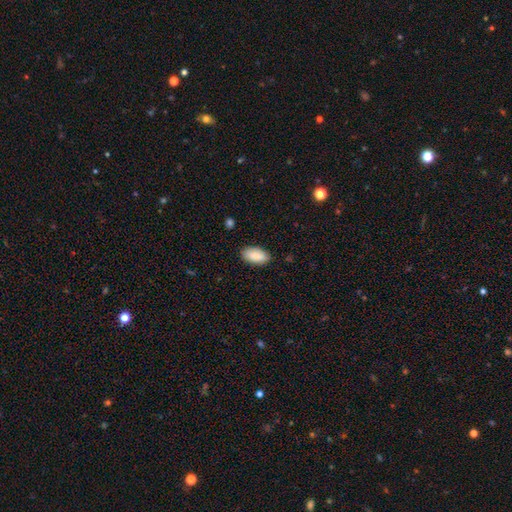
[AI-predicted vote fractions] Overall: smooth (88%). How rounded: in between (93%). Merging: none (85%).